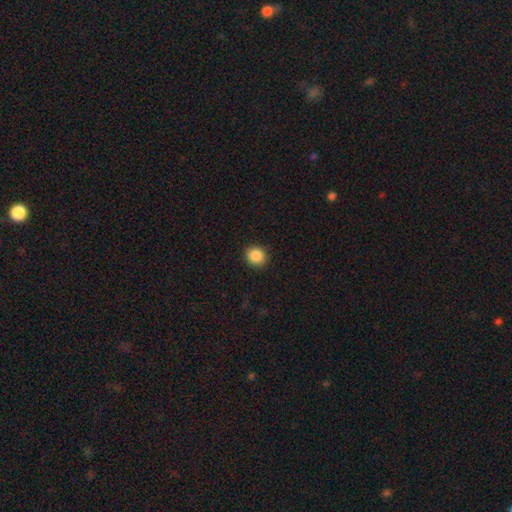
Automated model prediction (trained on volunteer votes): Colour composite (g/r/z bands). It shows a smooth galaxy with no disk features (87%) that is round (85%). Merging: none (91%).